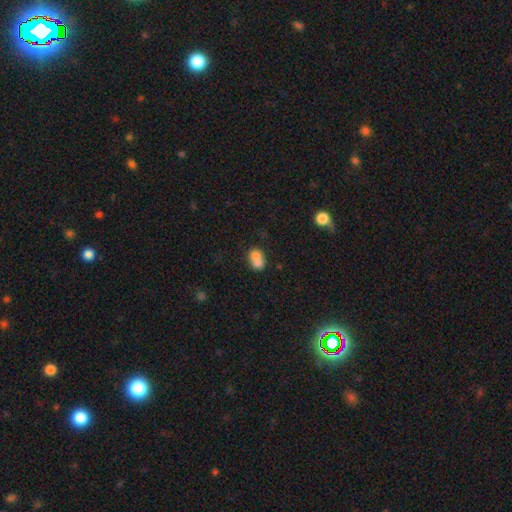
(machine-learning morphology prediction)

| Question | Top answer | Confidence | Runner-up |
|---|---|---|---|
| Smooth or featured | smooth | 70% | featured or disk (19%) |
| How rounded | round | 52% | in between (47%) |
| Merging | merger | 64% | none (23%) |